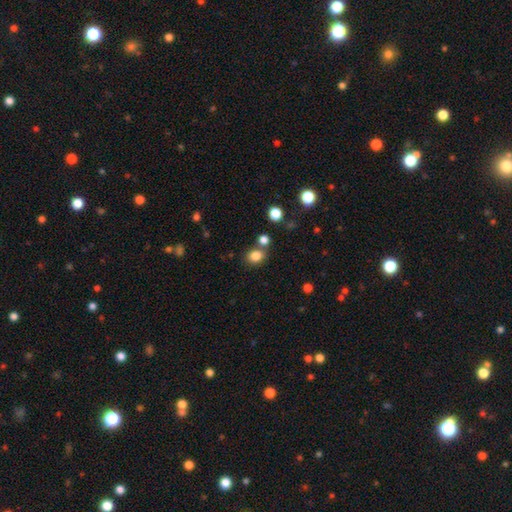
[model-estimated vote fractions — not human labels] Q: Smooth or featured?
A: smooth (83%); runner-up: star or artifact (12%)
Q: How rounded?
A: round (65%); runner-up: in between (34%)
Q: Merging?
A: none (69%); runner-up: merger (17%)